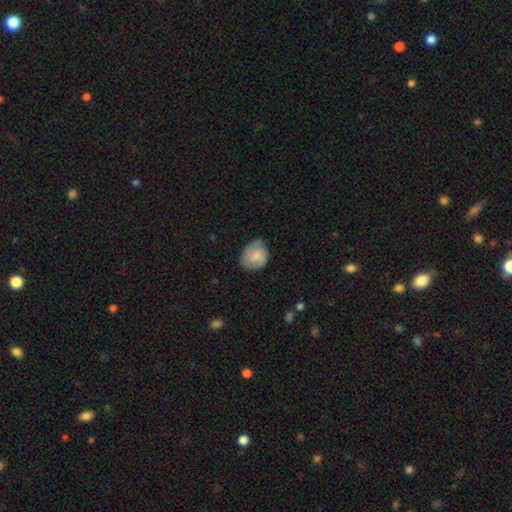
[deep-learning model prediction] smooth_or_featured: smooth (p=0.72) [alt: featured or disk p=0.21]
how_rounded: in between (p=0.50) [alt: round p=0.49]
merging: none (p=0.58) [alt: minor disturbance p=0.33]